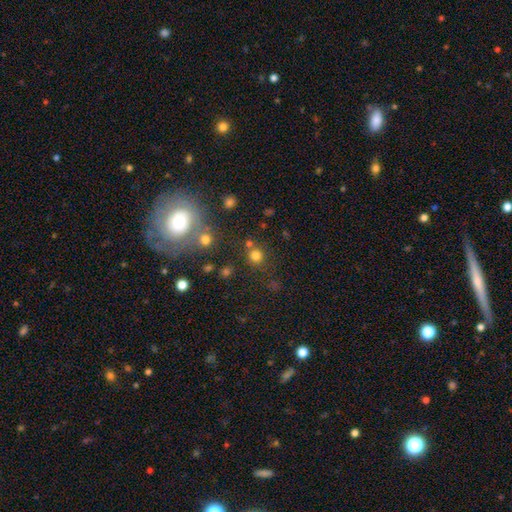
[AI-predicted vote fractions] Smooth or featured: smooth — 76% (star or artifact — 18%)
How rounded: round — 90% (in between — 9%)
Merging: none — 75% (merger — 12%)